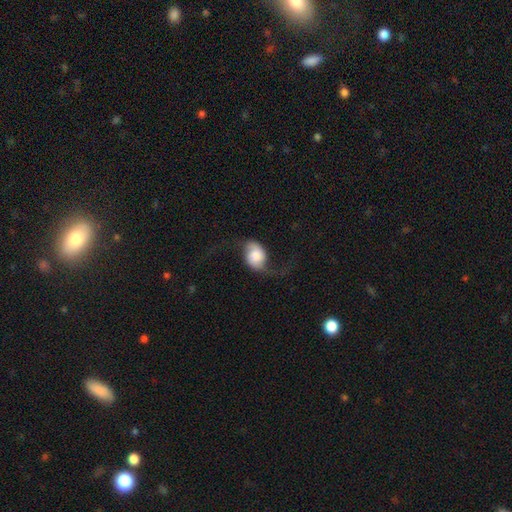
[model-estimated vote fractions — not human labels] The model was most divided on "bulge size": large: 28%, dominant: 26%, moderate: 26%, small: 14%, none: 6%. Remaining: edge-on disk — no (96%); spiral arms — yes (90%); bar — no (71%); smooth or featured — featured or disk (56%); merging — none (50%).